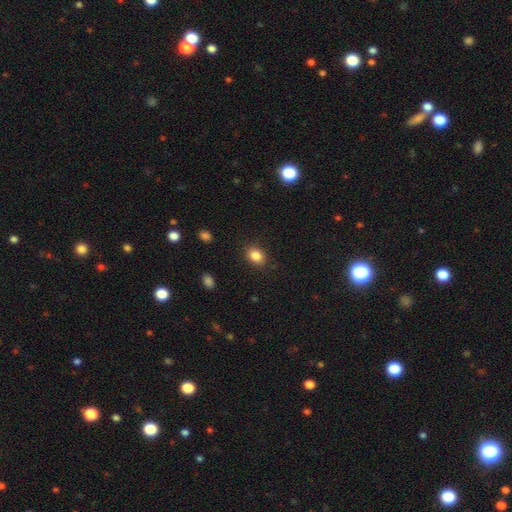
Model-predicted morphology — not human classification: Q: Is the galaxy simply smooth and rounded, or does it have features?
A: smooth — 85%.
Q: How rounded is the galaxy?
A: in between — 66%.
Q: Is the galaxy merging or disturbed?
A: none — 86%.